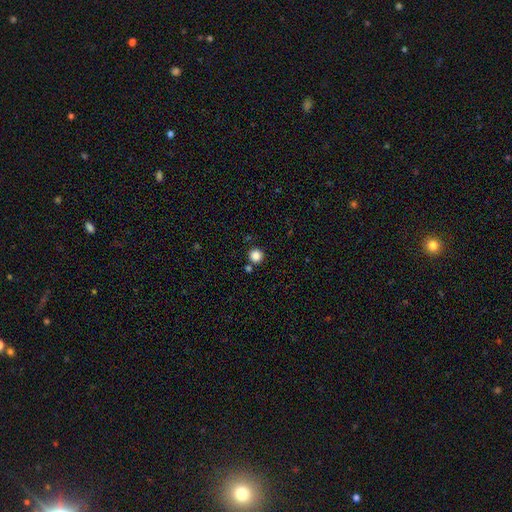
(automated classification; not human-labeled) Smooth or featured? Predicted: smooth (p=0.86). How rounded? Predicted: round (p=0.95). Merging? Predicted: none (p=0.84).